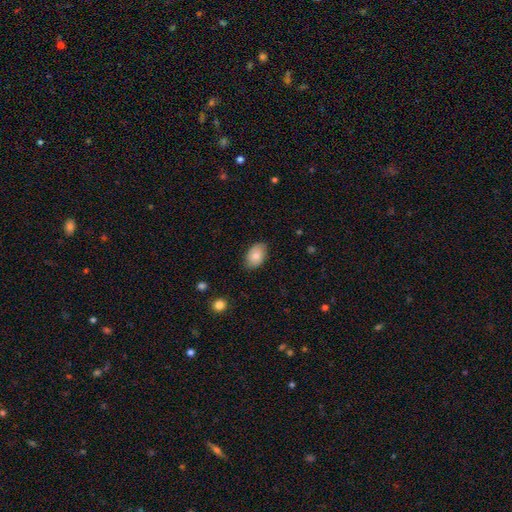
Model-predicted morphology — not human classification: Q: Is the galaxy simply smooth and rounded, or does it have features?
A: smooth — 81%.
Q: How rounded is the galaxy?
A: in between — 90%.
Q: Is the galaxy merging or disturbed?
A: none — 82%.